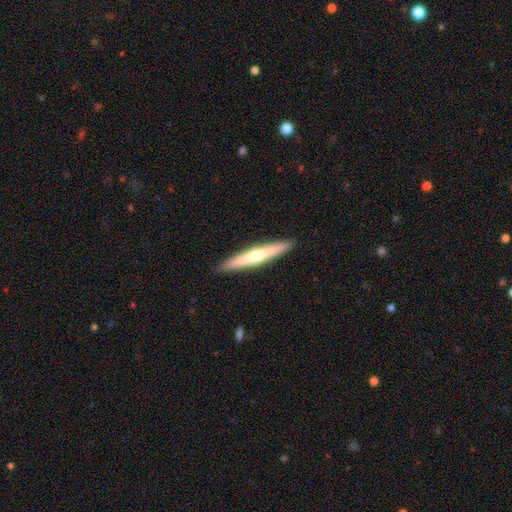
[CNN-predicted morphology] type=featured or disk (49%); merging=none (92%).